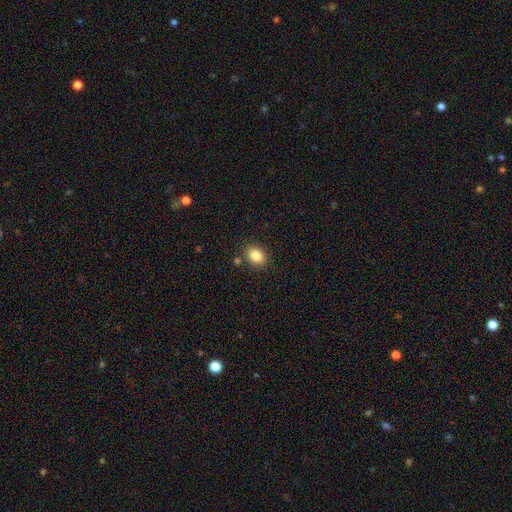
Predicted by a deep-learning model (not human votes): This is clearly a smooth galaxy (85%). How rounded: possibly in between (59%). Merging: clearly none (84%).